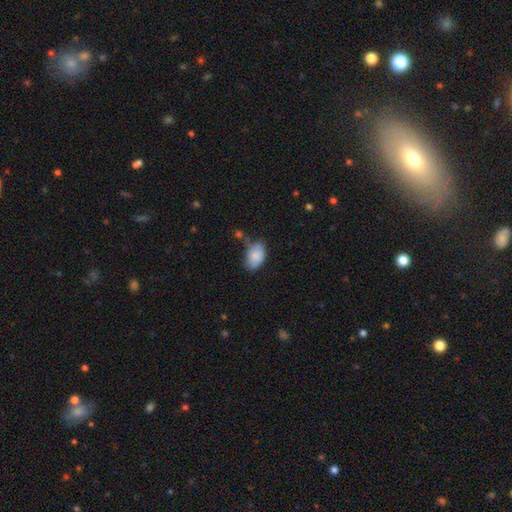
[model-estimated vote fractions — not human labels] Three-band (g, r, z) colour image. It shows a smooth galaxy with no disk features (83%) that is in between round and cigar-shaped (88%). Merging: none (53%).